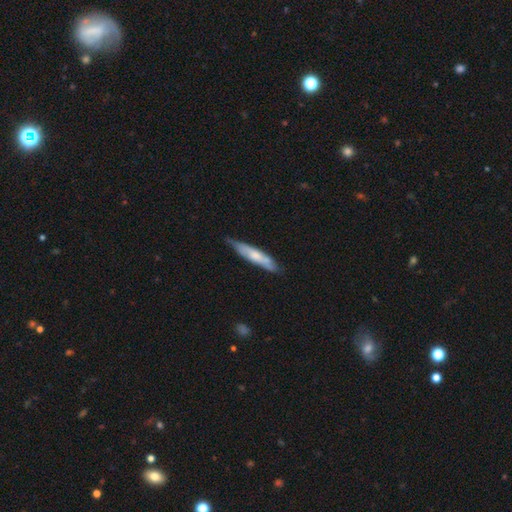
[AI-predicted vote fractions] smooth_or_featured: smooth (p=0.54) [alt: featured or disk p=0.41]
how_rounded: cigar-shaped (p=0.84) [alt: in between p=0.15]
merging: none (p=0.67) [alt: minor disturbance p=0.26]